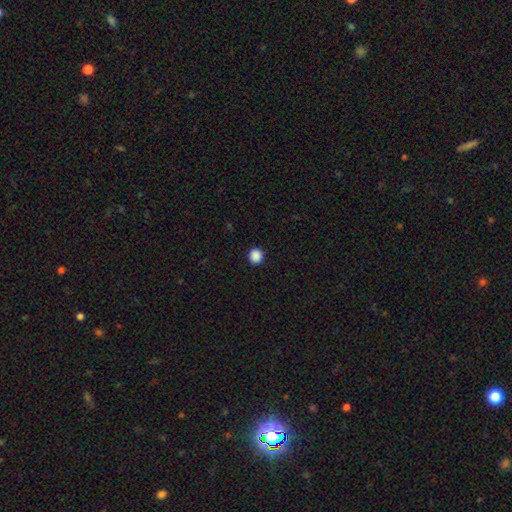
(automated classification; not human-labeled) The model was most divided on "smooth or featured": smooth: 88%, star or artifact: 10%, featured or disk: 2%. More confident: merging — none (92%); how rounded — round (92%).